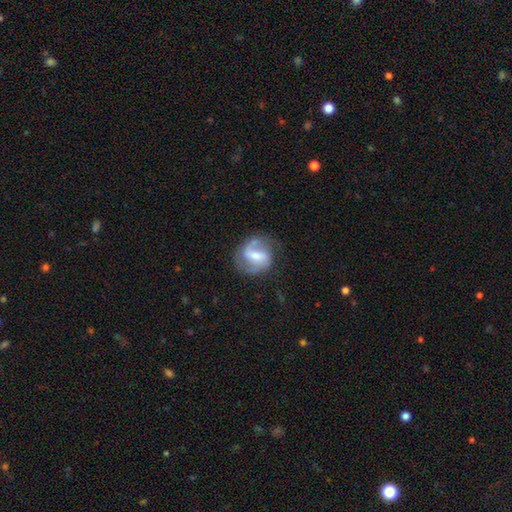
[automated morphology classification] A featured or disk galaxy (81%) with a weak bar (47%), 2 (87%) medium (52%) spiral arms (94%) and a moderate central bulge (47%).

Vote fractions:
- Smooth or featured? featured or disk: 81% / smooth: 13% / star or artifact: 5%
- Edge-on disk? no: 98% / yes: 2%
- Bar? weak: 47% / strong: 34% / no: 19%
- Spiral arms? yes: 94% / no: 6%
- Spiral winding? medium: 52% / loose: 24% / tight: 23%
- Spiral arm count? 2: 87% / 1: 5% / can't tell: 5% / 3: 2% / 4: 1% / more than 4: 1%
- Bulge size? moderate: 47% / small: 41% / large: 6% / none: 5% / dominant: 1%
- Merging? none: 71% / minor disturbance: 18% / major disturbance: 9% / merger: 2%